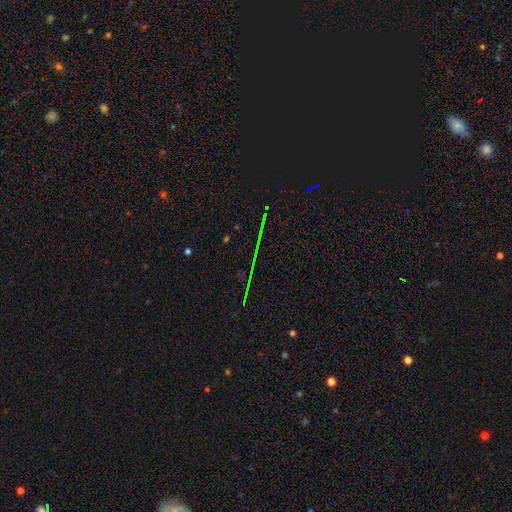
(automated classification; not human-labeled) A star or artifact, not a galaxy (80%).

Vote fractions:
- Smooth or featured? star or artifact: 80% / smooth: 11% / featured or disk: 9%